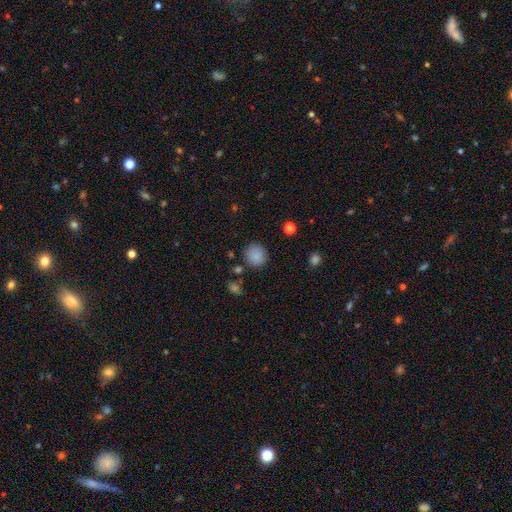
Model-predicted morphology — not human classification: The model was most divided on "how rounded": round: 85%, in between: 14%, cigar-shaped: 1%. More confident: smooth or featured — smooth (85%); merging — none (84%).